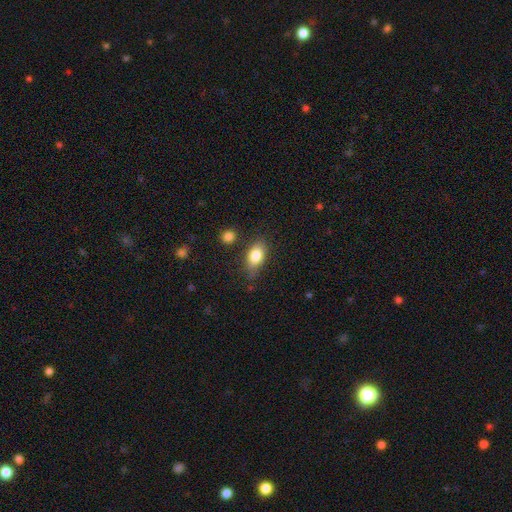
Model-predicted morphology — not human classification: This appears to be a smooth galaxy with no disk features (83%) that is in between round and cigar-shaped (87%). Merging: none (74%).